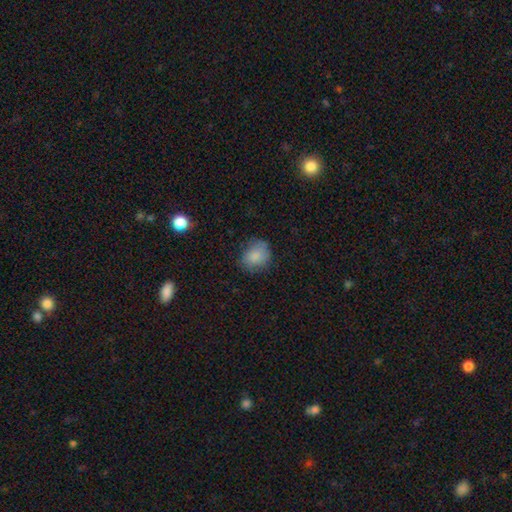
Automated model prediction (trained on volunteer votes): smooth-or-featured: smooth: 83% | featured or disk: 8% | star or artifact: 8%
  how-rounded: round: 64% | in between: 35% | cigar-shaped: 1%
  merging: none: 72% | minor disturbance: 21% | major disturbance: 6% | merger: 1%